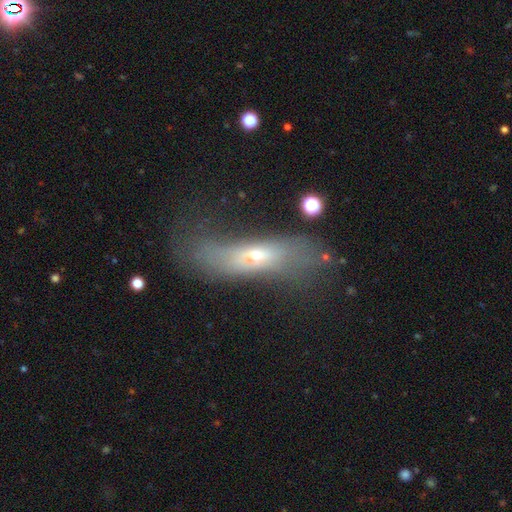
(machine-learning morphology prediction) smooth-or-featured: featured or disk: 48% | smooth: 40% | star or artifact: 12%
  merging: none: 36% | major disturbance: 34% | minor disturbance: 24% | merger: 7%